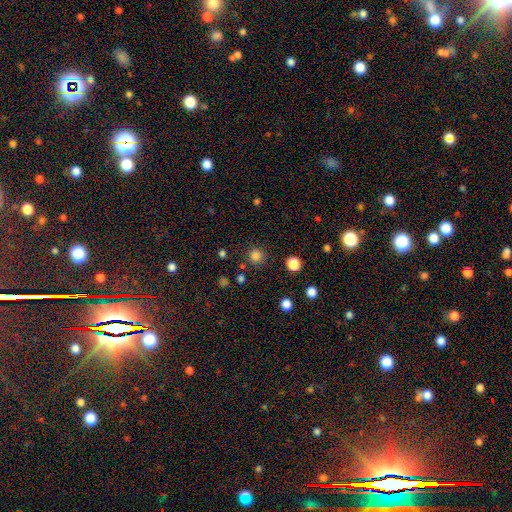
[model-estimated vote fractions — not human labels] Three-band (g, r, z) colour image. It shows a smooth galaxy with no disk features (81%) that is round (93%). Merging: none (85%).